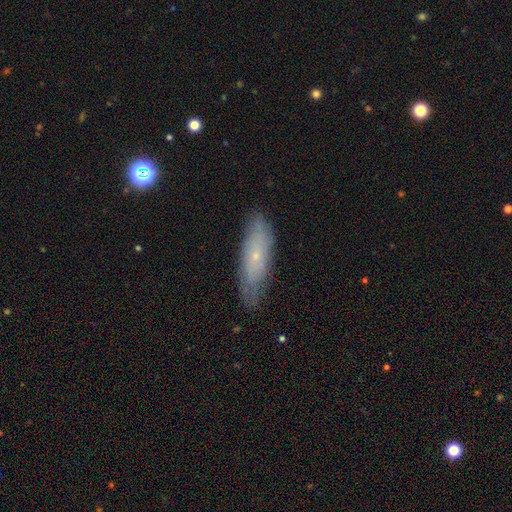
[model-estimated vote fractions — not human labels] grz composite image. It shows a smooth galaxy with no disk features (48%). Merging: none (75%).